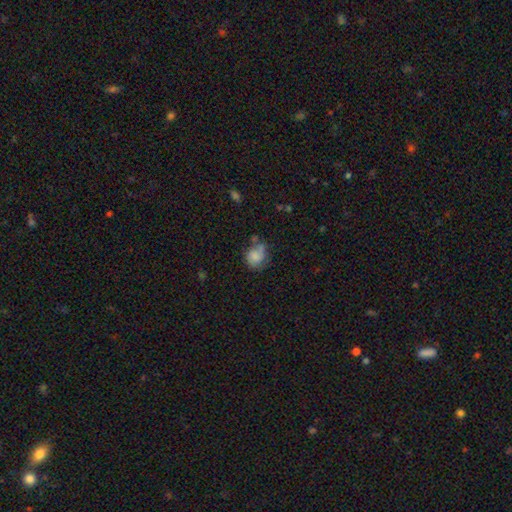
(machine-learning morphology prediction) This appears to be a smooth galaxy with no disk features (71%) that is round (62%). Merging: none (44%).